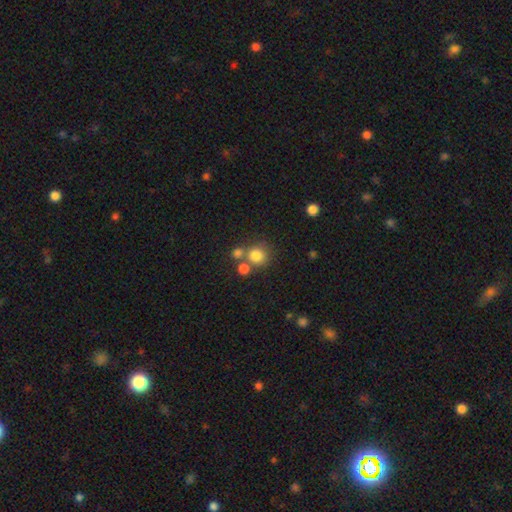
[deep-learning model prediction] Smooth or featured?
  - smooth: 78% *
  - star or artifact: 13%
  - featured or disk: 9%
How rounded?
  - round: 88% *
  - in between: 11%
  - cigar-shaped: 1%
Merging?
  - none: 57% *
  - merger: 29%
  - minor disturbance: 9%
  - major disturbance: 5%